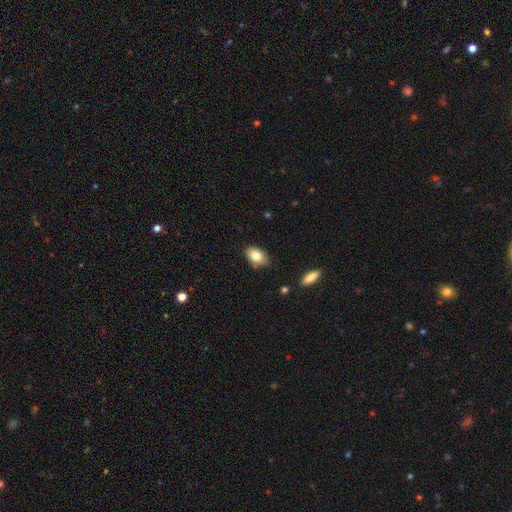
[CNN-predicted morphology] type=smooth (82%); roundness=in between (91%); merging=none (78%).